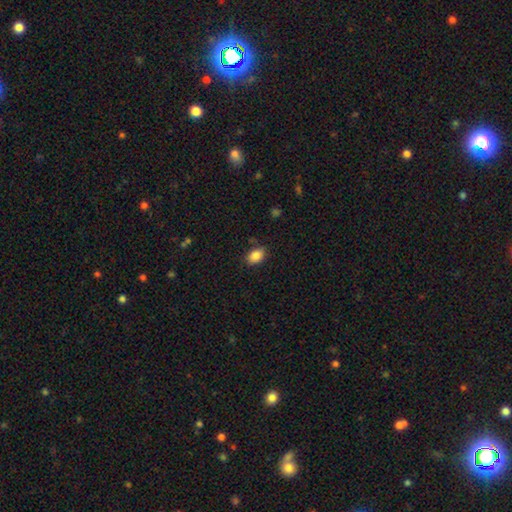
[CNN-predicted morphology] This appears to be a smooth galaxy with no disk features (87%) that is in between round and cigar-shaped (81%). Merging: none (83%).